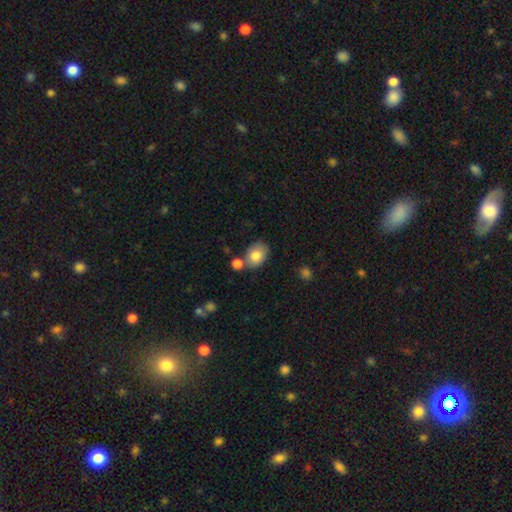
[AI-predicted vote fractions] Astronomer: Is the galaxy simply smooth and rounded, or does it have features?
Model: smooth — 80%.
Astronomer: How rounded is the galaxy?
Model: in between — 73%.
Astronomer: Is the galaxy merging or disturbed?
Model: none — 62%.